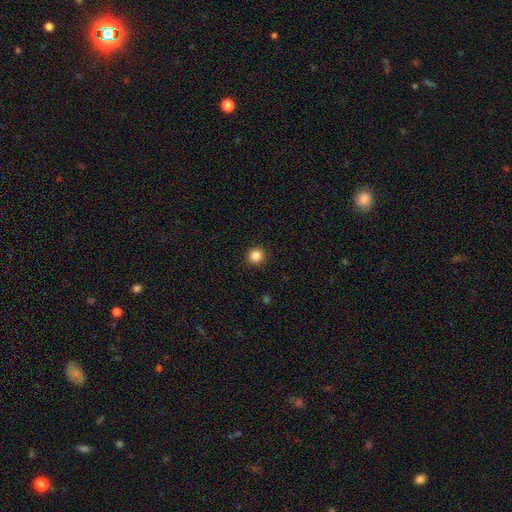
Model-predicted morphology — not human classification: A smooth galaxy with no disk features (86%) that is round (95%). Merging: none (93%).